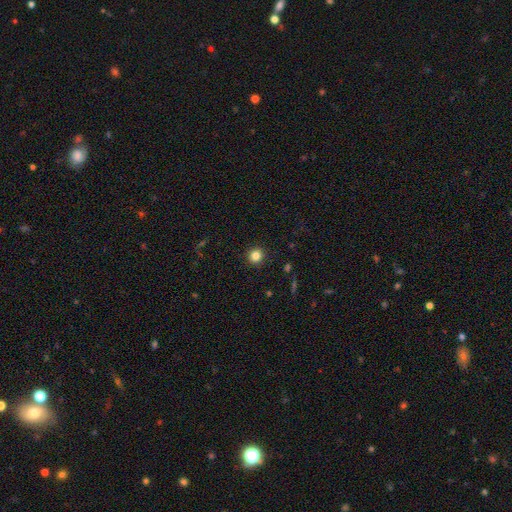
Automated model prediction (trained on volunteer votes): smooth_or_featured: smooth (p=0.83) [alt: star or artifact p=0.12]
how_rounded: round (p=0.94) [alt: in between p=0.05]
merging: none (p=0.93) [alt: minor disturbance p=0.05]